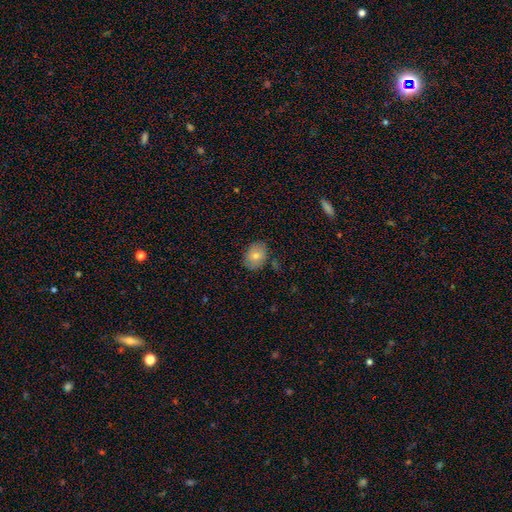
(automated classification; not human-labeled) A smooth galaxy with no disk features (70%) that is in between round and cigar-shaped (63%).

Vote fractions:
- Smooth or featured? smooth: 70% / featured or disk: 20% / star or artifact: 10%
- How rounded? in between: 63% / round: 36% / cigar-shaped: 1%
- Merging? none: 81% / minor disturbance: 14% / major disturbance: 3% / merger: 2%